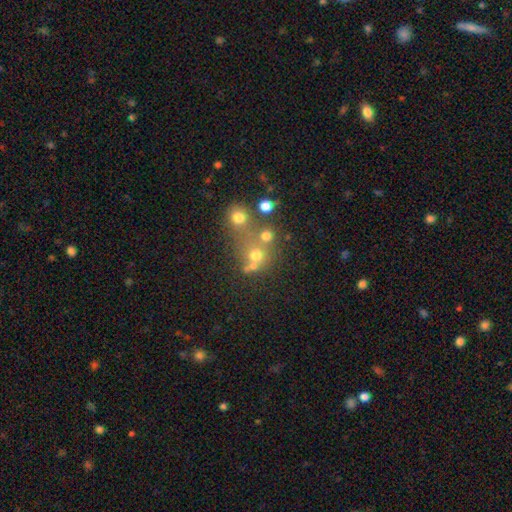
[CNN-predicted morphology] A smooth galaxy with no disk features (65%) that is round (81%). Merging: none (46%).